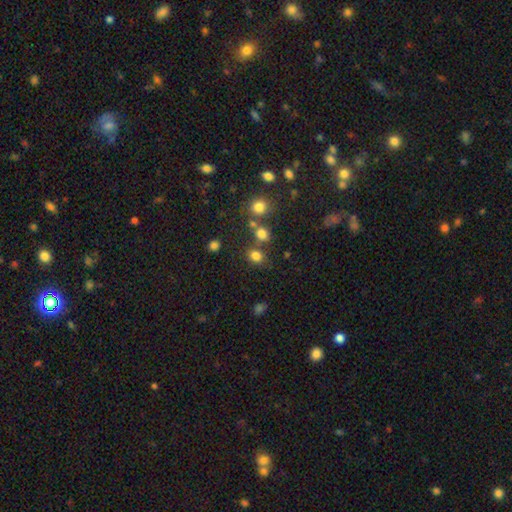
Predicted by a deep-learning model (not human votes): A smooth galaxy with no disk features (78%) that is round (60%).

Vote fractions:
- Smooth or featured? smooth: 78% / star or artifact: 16% / featured or disk: 6%
- How rounded? round: 60% / in between: 39% / cigar-shaped: 1%
- Merging? none: 67% / merger: 17% / minor disturbance: 11% / major disturbance: 5%